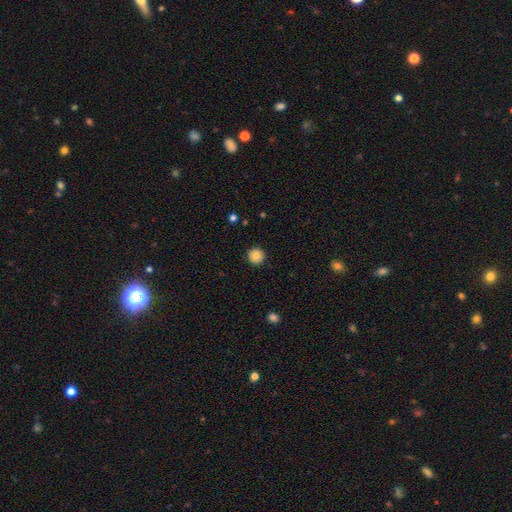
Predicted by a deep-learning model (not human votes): A smooth galaxy with no disk features (81%) that is round (95%).

Vote fractions:
- Smooth or featured? smooth: 81% / featured or disk: 10% / star or artifact: 9%
- How rounded? round: 95% / in between: 4% / cigar-shaped: 1%
- Merging? none: 92% / minor disturbance: 6% / major disturbance: 2% / merger: 1%